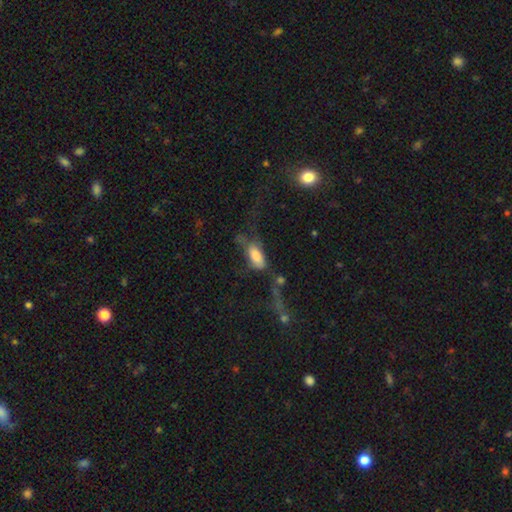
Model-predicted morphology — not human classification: Smooth or featured? Predicted: smooth (p=0.71). How rounded? Predicted: in between (p=0.87). Merging? Predicted: major disturbance (p=0.44).